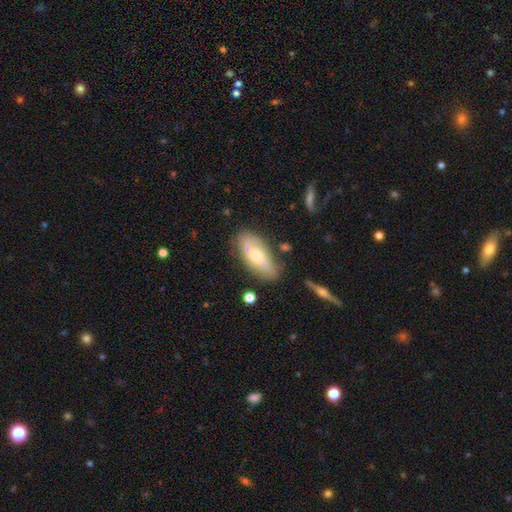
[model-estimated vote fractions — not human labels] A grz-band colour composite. It shows a smooth galaxy with no disk features (47%). Merging: none (72%).